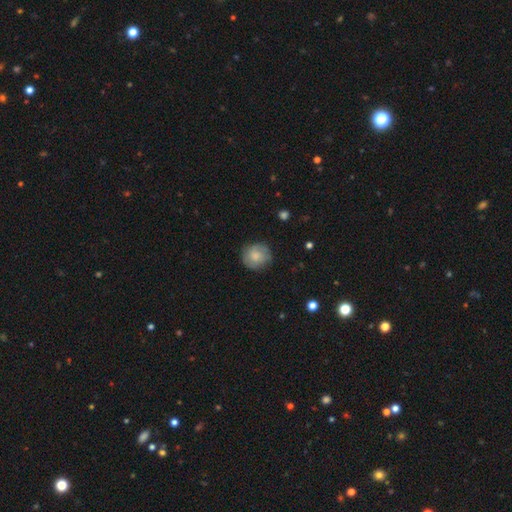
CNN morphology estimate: Overall: smooth (73%). How rounded: round (86%). Merging: none (78%).